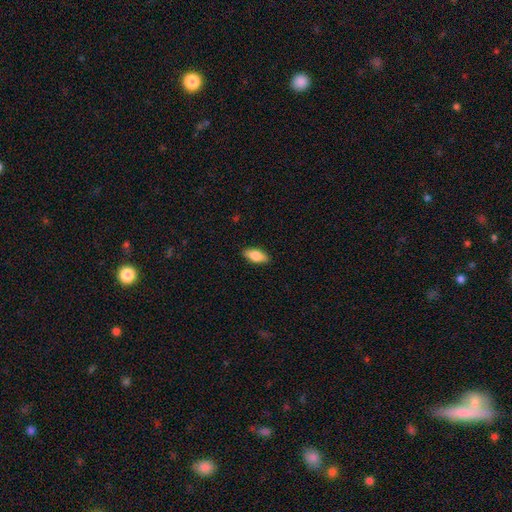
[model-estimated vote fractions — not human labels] A smooth galaxy with no disk features (81%) that is in between round and cigar-shaped (85%).

Vote fractions:
- Smooth or featured? smooth: 81% / featured or disk: 13% / star or artifact: 6%
- How rounded? in between: 85% / cigar-shaped: 12% / round: 3%
- Merging? none: 89% / minor disturbance: 8% / major disturbance: 2% / merger: 1%